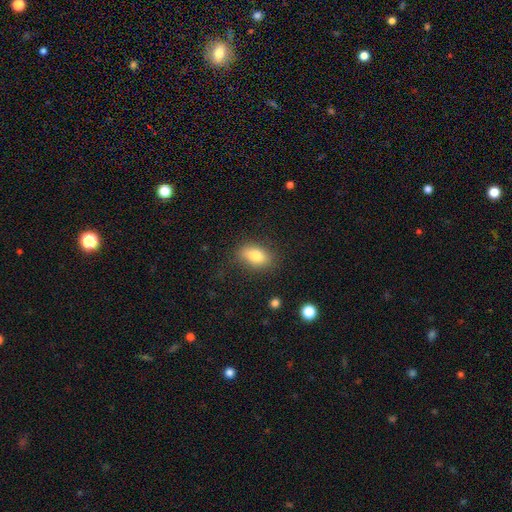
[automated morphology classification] A smooth galaxy with no disk features (78%) that is in between round and cigar-shaped (84%). Merging: none (81%).